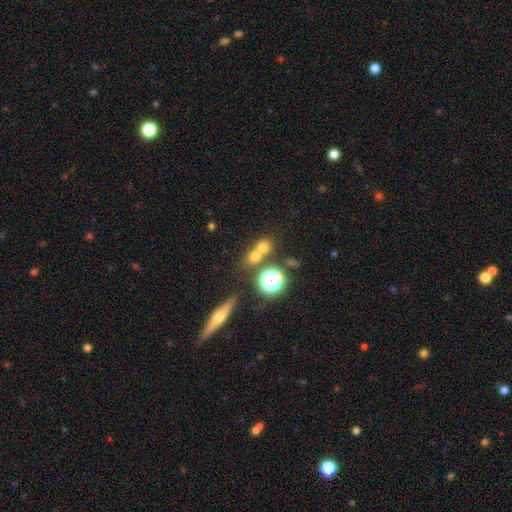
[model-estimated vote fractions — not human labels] smooth-or-featured: smooth: 64% | star or artifact: 24% | featured or disk: 12%
  how-rounded: round: 75% | in between: 21% | cigar-shaped: 4%
  merging: none: 50% | merger: 39% | minor disturbance: 7% | major disturbance: 4%